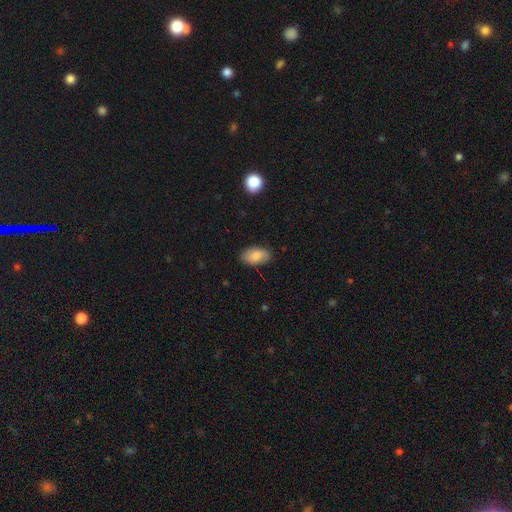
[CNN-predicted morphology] This appears to be a smooth galaxy with no disk features (82%) that is in between round and cigar-shaped (93%). Merging: none (82%).